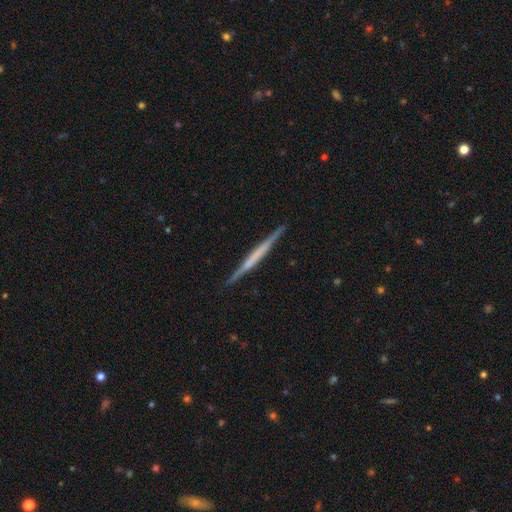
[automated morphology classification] This is likely a featured or disk galaxy (62%). It is clearly viewed edge-on (98%). Edge-on bulge: likely none (77%). Merging: clearly none (90%).